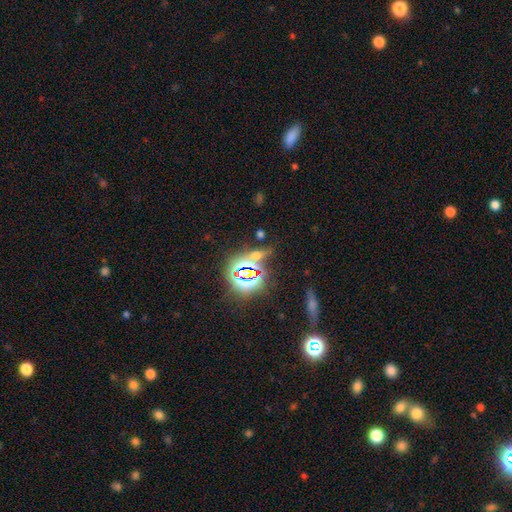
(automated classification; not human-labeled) Overall: star or artifact (61%; smooth 26%).